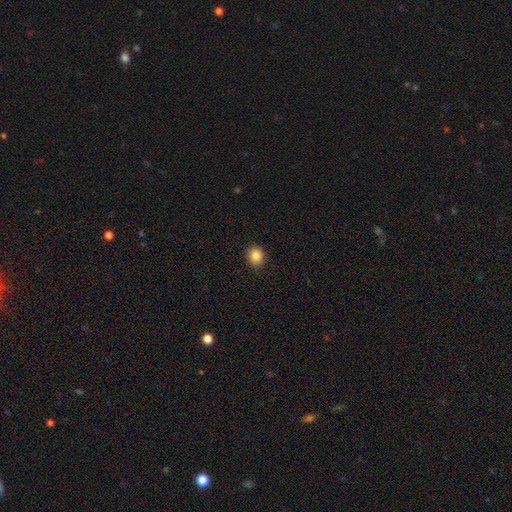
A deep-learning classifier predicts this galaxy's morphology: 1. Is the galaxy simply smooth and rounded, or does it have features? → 86% smooth, 10% star or artifact, 4% featured or disk.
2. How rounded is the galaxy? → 75% round, 24% in between, 1% cigar-shaped.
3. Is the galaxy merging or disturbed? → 90% none, 7% minor disturbance, 2% major disturbance, 1% merger.